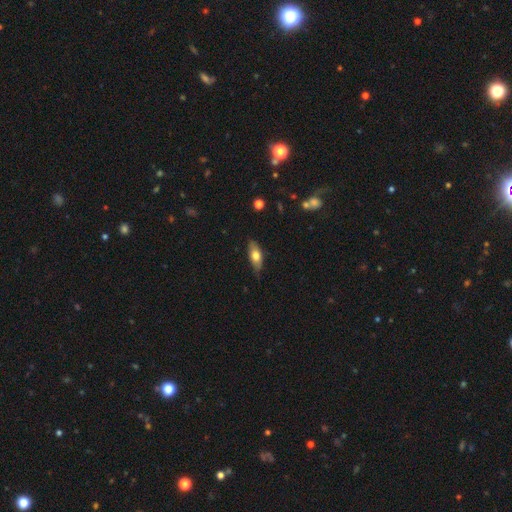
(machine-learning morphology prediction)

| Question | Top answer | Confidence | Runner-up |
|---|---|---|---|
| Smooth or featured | smooth | 65% | featured or disk (28%) |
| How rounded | in between | 72% | cigar-shaped (24%) |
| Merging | none | 73% | minor disturbance (22%) |